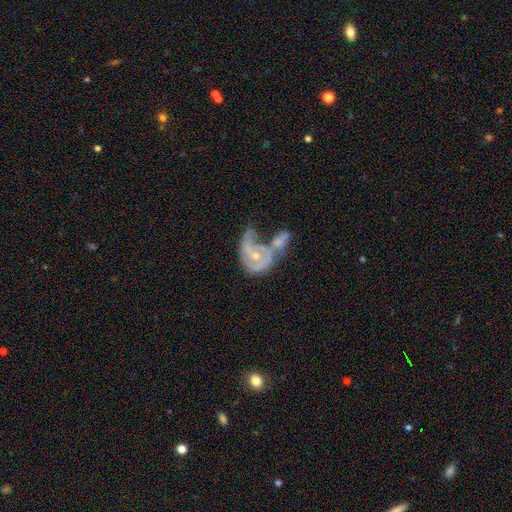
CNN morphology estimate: A featured or disk galaxy (80%) with no bar (60%), 2 (50%) medium (40%) spiral arms (87%) and a small central bulge (49%). Merging: merger (57%).